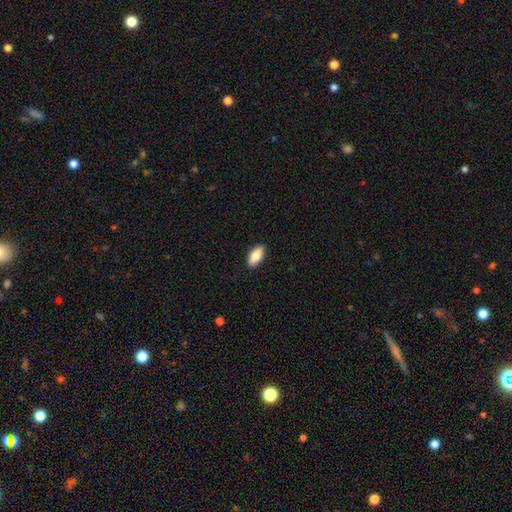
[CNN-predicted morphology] Smooth or featured? smooth (83%)
How rounded? in between (85%)
Merging? none (88%)